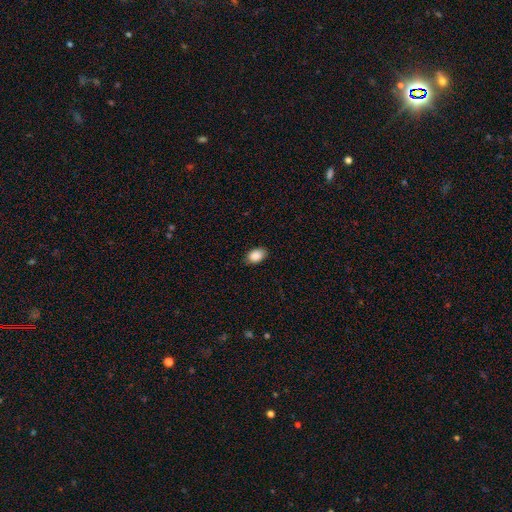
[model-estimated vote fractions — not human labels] A smooth galaxy with no disk features (89%) that is in between round and cigar-shaped (83%).

Vote fractions:
- Smooth or featured? smooth: 89% / star or artifact: 7% / featured or disk: 3%
- How rounded? in between: 83% / round: 16% / cigar-shaped: 1%
- Merging? none: 85% / minor disturbance: 12% / major disturbance: 2% / merger: 1%